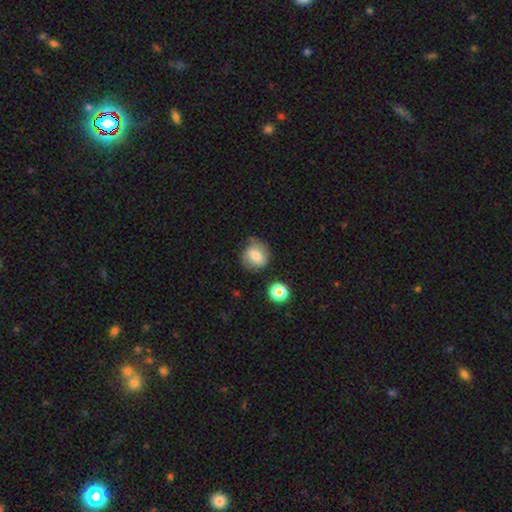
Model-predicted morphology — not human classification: Q: Smooth or featured?
A: smooth (75%); runner-up: featured or disk (15%)
Q: How rounded?
A: round (79%); runner-up: in between (20%)
Q: Merging?
A: none (75%); runner-up: minor disturbance (16%)